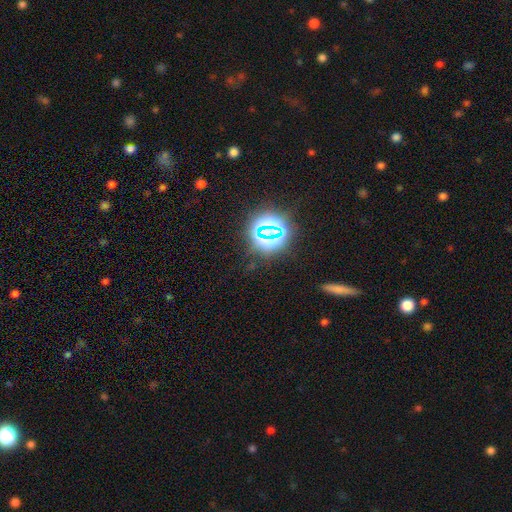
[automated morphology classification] Smooth or featured?
  - star or artifact: 77% *
  - smooth: 15%
  - featured or disk: 8%